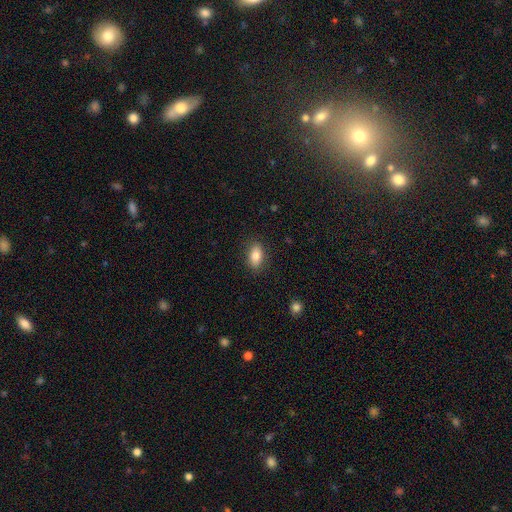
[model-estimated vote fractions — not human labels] Q: Smooth or featured?
A: smooth (83%); runner-up: featured or disk (10%)
Q: How rounded?
A: in between (88%); runner-up: round (6%)
Q: Merging?
A: none (87%); runner-up: minor disturbance (9%)